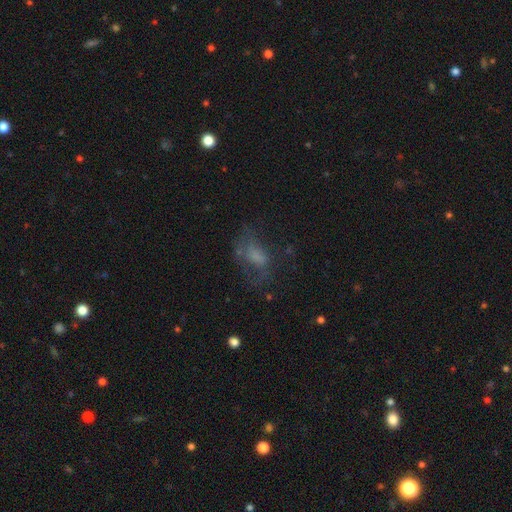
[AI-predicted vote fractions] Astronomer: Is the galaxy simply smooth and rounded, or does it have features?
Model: smooth — 45% (runner-up: featured or disk, 36%).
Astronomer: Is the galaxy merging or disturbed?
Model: none — 43% (runner-up: major disturbance, 32%).